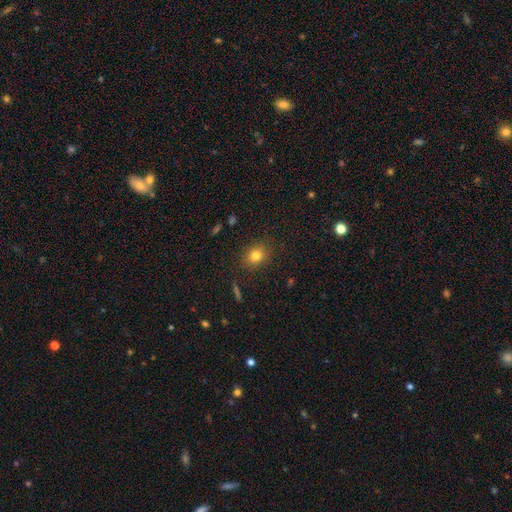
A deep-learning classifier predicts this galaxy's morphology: Smooth or featured: smooth — 80% (star or artifact — 13%)
How rounded: round — 63% (in between — 36%)
Merging: none — 86% (minor disturbance — 9%)